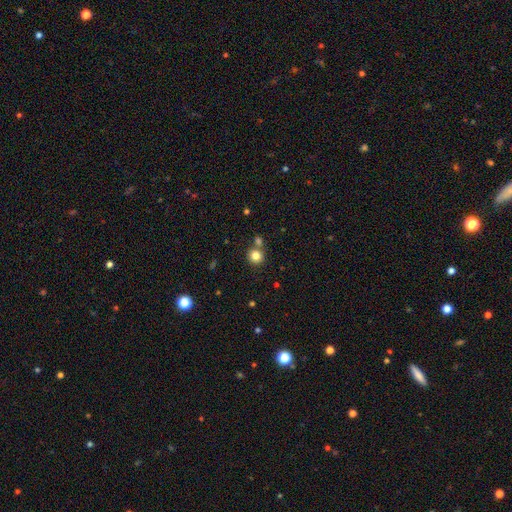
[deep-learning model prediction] This is clearly a smooth galaxy (82%). How rounded: clearly round (92%). Merging: likely none (71%).